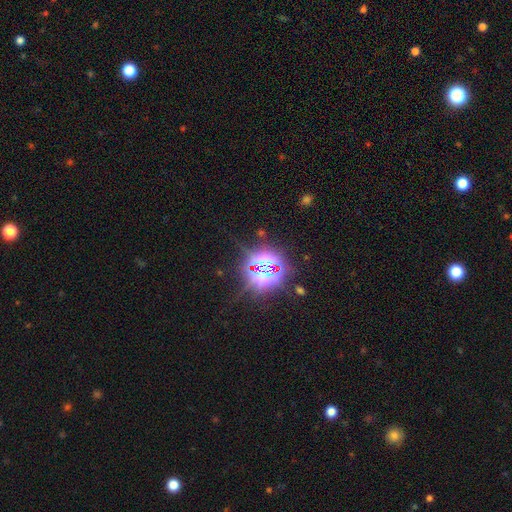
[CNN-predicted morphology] Overall: star or artifact (83%).